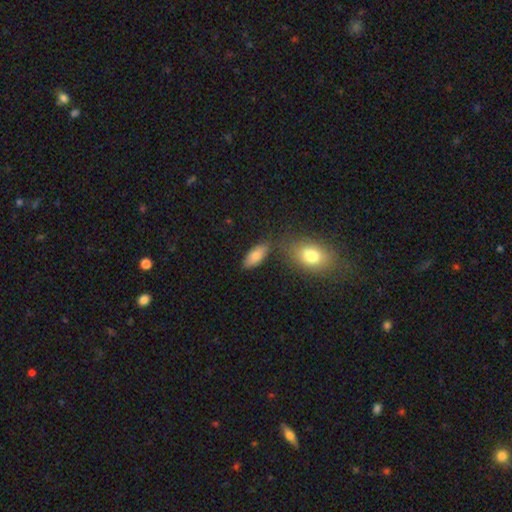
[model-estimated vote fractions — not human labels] This is clearly a smooth galaxy (80%). How rounded: clearly in between (86%). Merging: likely none (73%).